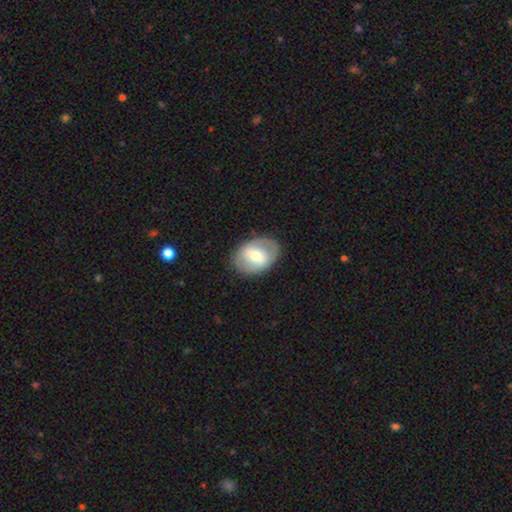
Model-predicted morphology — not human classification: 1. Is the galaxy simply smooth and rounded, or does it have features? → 50% featured or disk, 44% smooth, 6% star or artifact.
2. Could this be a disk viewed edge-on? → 93% no, 7% yes.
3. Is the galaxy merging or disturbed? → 83% none, 12% minor disturbance, 5% major disturbance, 1% merger.